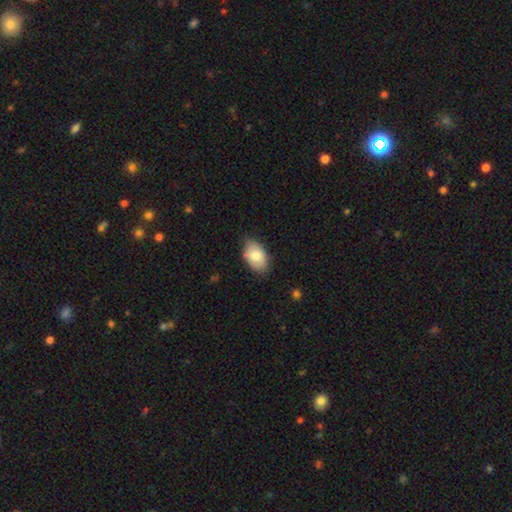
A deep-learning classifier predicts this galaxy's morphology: Smooth or featured?
  - smooth: 81% *
  - featured or disk: 13%
  - star or artifact: 6%
How rounded?
  - in between: 91% *
  - round: 8%
  - cigar-shaped: 1%
Merging?
  - none: 73% *
  - minor disturbance: 23%
  - major disturbance: 3%
  - merger: 1%